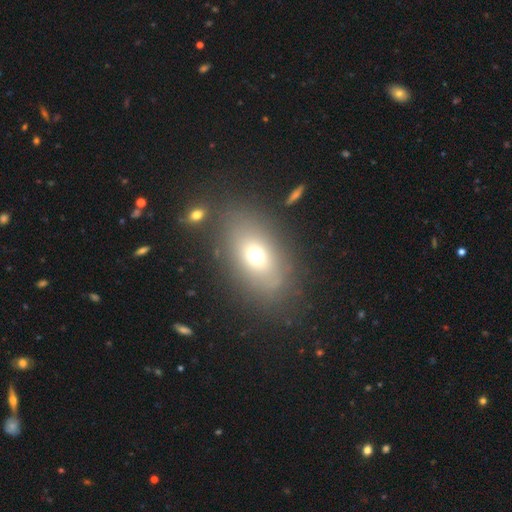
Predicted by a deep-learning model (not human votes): Overall: smooth (66%). How rounded: in between (77%). Merging: none (77%).